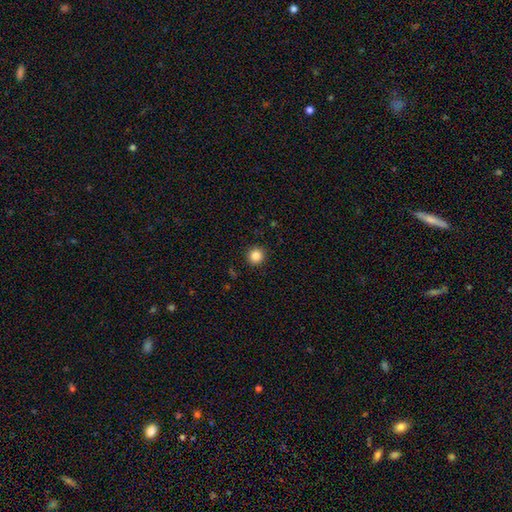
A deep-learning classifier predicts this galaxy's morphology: Smooth or featured?
  - smooth: 85% *
  - star or artifact: 11%
  - featured or disk: 4%
How rounded?
  - round: 94% *
  - in between: 5%
  - cigar-shaped: 1%
Merging?
  - none: 92% *
  - minor disturbance: 5%
  - major disturbance: 2%
  - merger: 1%